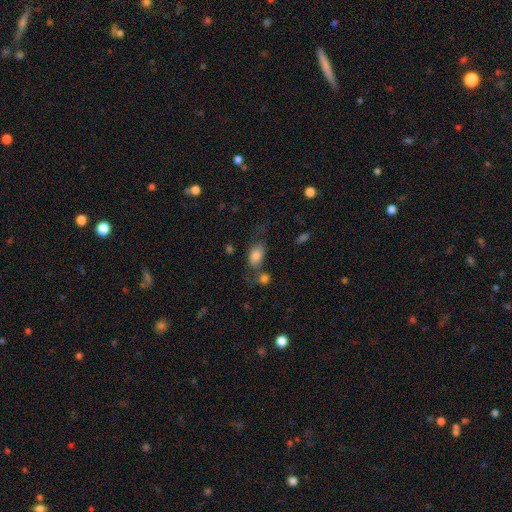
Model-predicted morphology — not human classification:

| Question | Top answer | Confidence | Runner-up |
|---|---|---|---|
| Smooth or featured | smooth | 80% | featured or disk (12%) |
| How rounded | in between | 87% | round (11%) |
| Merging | none | 51% | merger (19%) |